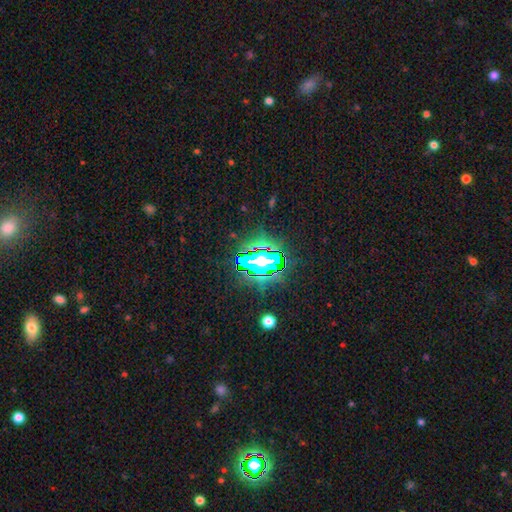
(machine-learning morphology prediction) Smooth or featured?
  - star or artifact: 58% *
  - smooth: 26%
  - featured or disk: 16%